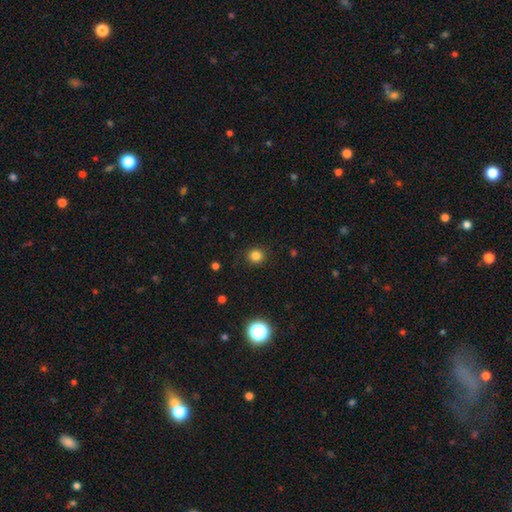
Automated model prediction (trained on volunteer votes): Smooth or featured? smooth (82%)
How rounded? round (91%)
Merging? none (90%)